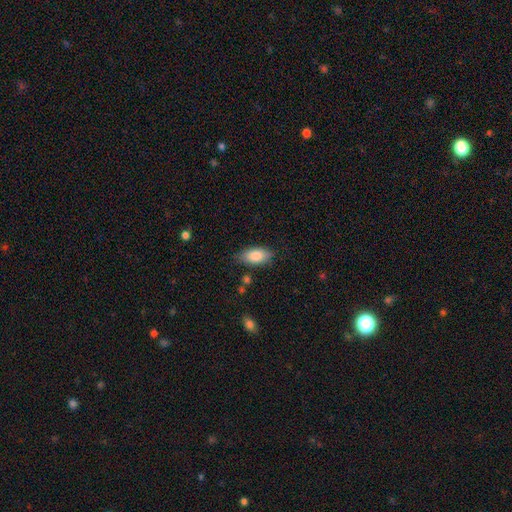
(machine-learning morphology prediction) Overall: smooth (85%). How rounded: in between (90%). Merging: none (78%).